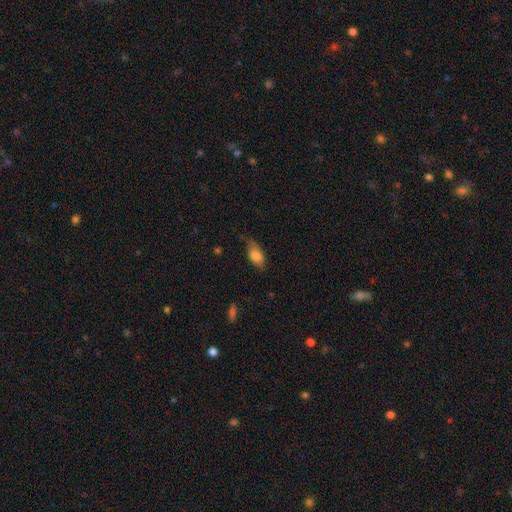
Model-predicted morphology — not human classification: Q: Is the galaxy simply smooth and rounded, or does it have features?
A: smooth — 77%.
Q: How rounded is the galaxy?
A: in between — 86%.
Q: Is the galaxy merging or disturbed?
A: none — 61%.